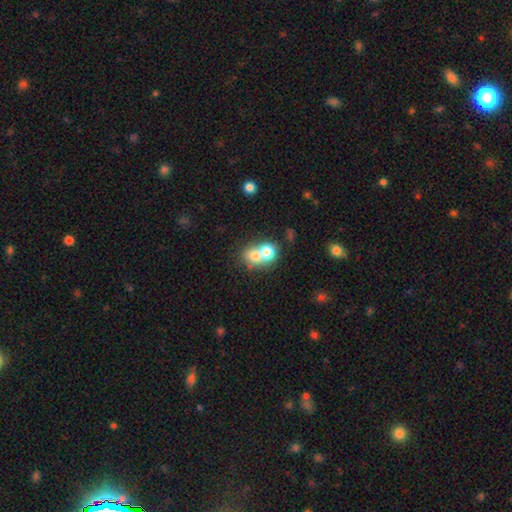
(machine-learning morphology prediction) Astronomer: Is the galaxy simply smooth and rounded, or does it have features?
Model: smooth — 70%.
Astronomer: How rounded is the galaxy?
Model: round — 65%.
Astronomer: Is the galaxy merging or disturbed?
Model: merger — 68%.